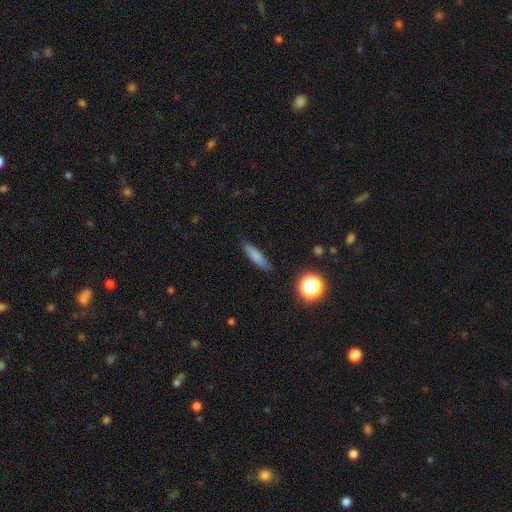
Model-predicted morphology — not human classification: A smooth galaxy with no disk features (79%) that is cigar-shaped (79%).

Vote fractions:
- Smooth or featured? smooth: 79% / featured or disk: 12% / star or artifact: 9%
- How rounded? cigar-shaped: 79% / in between: 18% / round: 3%
- Merging? none: 86% / minor disturbance: 10% / major disturbance: 2% / merger: 1%